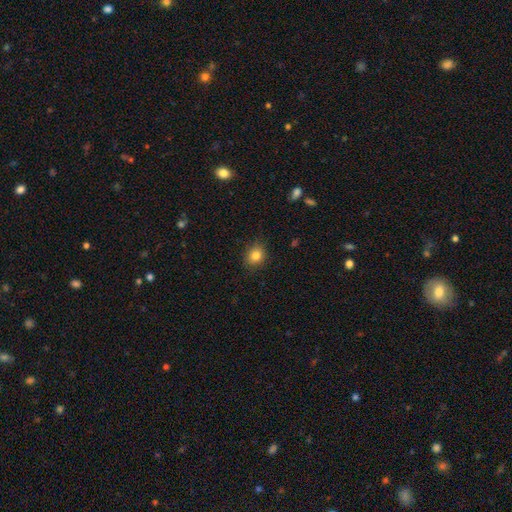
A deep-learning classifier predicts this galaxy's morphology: The model was most divided on "how rounded": round: 63%, in between: 35%, cigar-shaped: 1%. More confident: merging — none (85%); smooth or featured — smooth (83%).